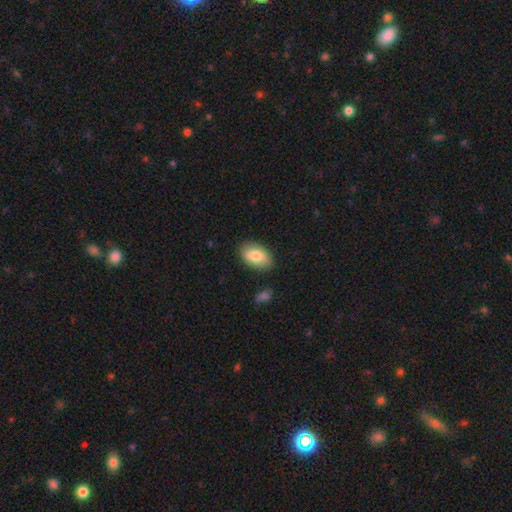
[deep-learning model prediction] Smooth or featured: smooth — 81% (featured or disk — 12%)
How rounded: in between — 93% (round — 5%)
Merging: none — 84% (minor disturbance — 11%)